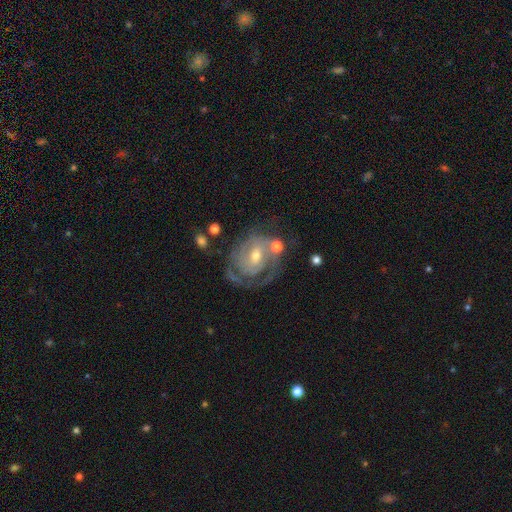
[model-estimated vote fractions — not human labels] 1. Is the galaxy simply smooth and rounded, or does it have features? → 83% featured or disk, 11% smooth, 6% star or artifact.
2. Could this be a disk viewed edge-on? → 97% no, 3% yes.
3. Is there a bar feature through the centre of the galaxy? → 49% no, 41% weak, 10% strong.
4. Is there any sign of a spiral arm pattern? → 91% yes, 9% no.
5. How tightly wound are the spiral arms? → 64% tight, 28% medium, 8% loose.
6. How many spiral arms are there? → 38% 2, 30% can't tell, 15% 3, 10% 1, 4% 4, 3% more than 4.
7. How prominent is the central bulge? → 48% moderate (tied), 48% small (tied), 2% large, 1% none, 1% dominant.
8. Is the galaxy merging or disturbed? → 54% none, 20% minor disturbance, 17% major disturbance, 10% merger.